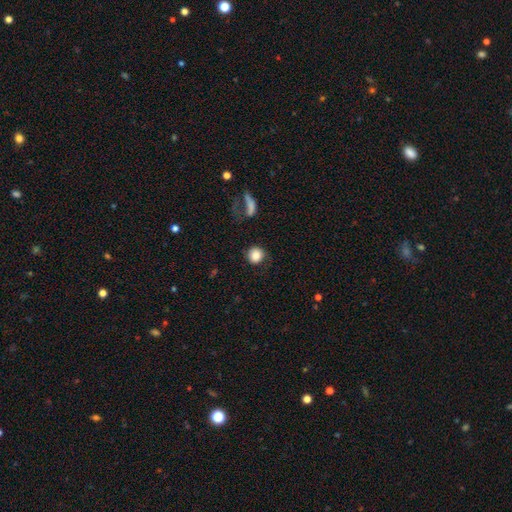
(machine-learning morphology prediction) smooth_or_featured: smooth (p=0.83) [alt: star or artifact p=0.08]
how_rounded: round (p=0.90) [alt: in between p=0.09]
merging: none (p=0.72) [alt: minor disturbance p=0.14]